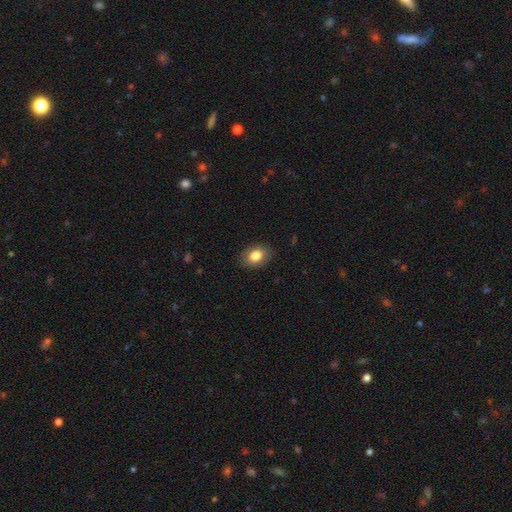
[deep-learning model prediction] A smooth galaxy with no disk features (81%) that is in between round and cigar-shaped (74%).

Vote fractions:
- Smooth or featured? smooth: 81% / featured or disk: 11% / star or artifact: 8%
- How rounded? in between: 74% / round: 25% / cigar-shaped: 1%
- Merging? none: 86% / minor disturbance: 10% / major disturbance: 3% / merger: 1%